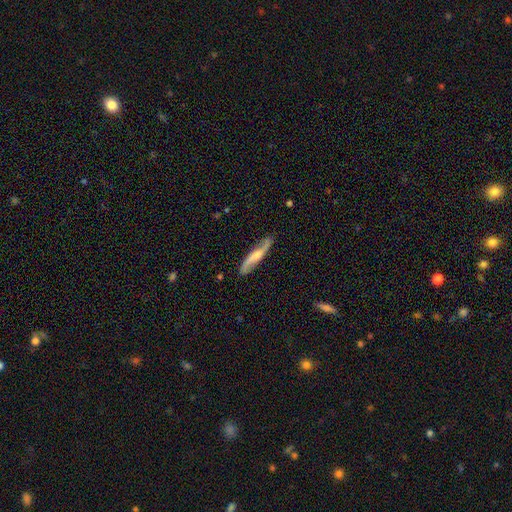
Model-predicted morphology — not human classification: Smooth or featured? featured or disk (72%)
Edge-on disk? no (64%)
Merging? none (82%)